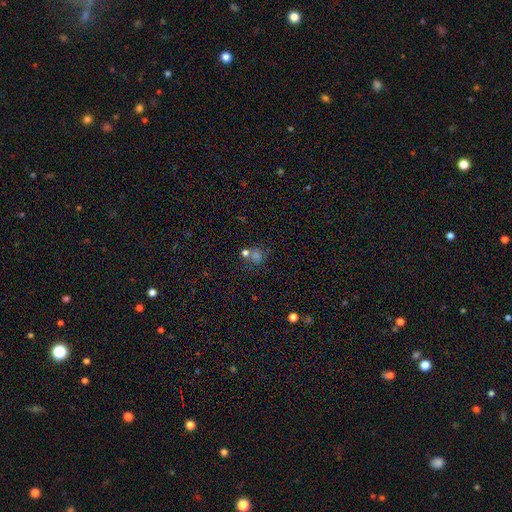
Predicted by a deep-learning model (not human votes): Q: Smooth or featured?
A: smooth (51%); runner-up: star or artifact (37%)
Q: How rounded?
A: round (75%); runner-up: in between (24%)
Q: Merging?
A: none (55%); runner-up: merger (28%)